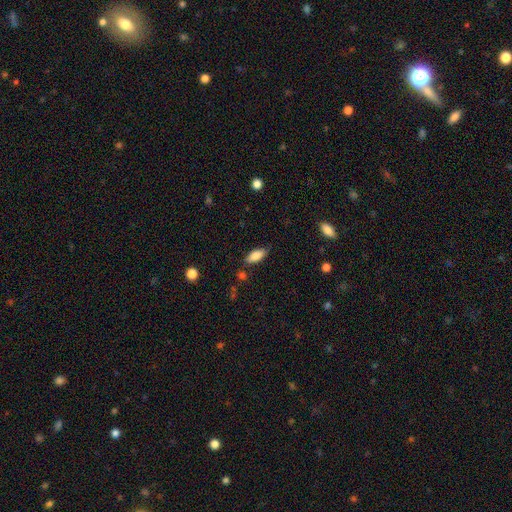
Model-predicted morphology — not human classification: Overall: smooth (83%). How rounded: in between (80%). Merging: none (81%).